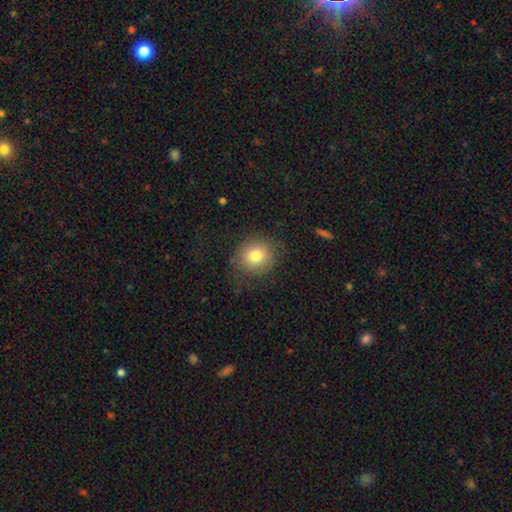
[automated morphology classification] Smooth or featured?
  - smooth: 79% *
  - featured or disk: 11%
  - star or artifact: 10%
How rounded?
  - round: 83% *
  - in between: 16%
  - cigar-shaped: 1%
Merging?
  - none: 81% *
  - minor disturbance: 13%
  - major disturbance: 5%
  - merger: 1%